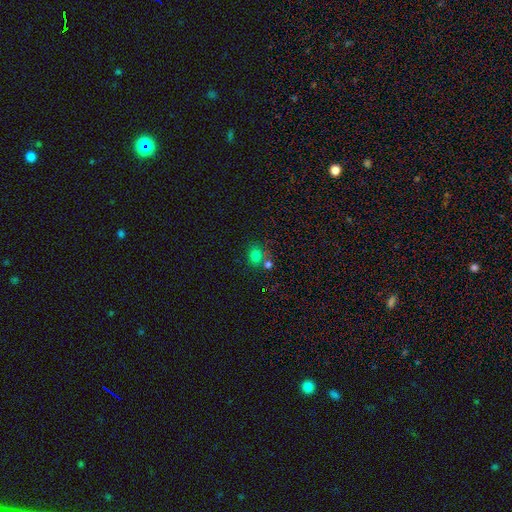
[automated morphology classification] A smooth galaxy with no disk features (73%) that is round (63%).

Vote fractions:
- Smooth or featured? smooth: 73% / star or artifact: 19% / featured or disk: 8%
- How rounded? round: 63% / in between: 36% / cigar-shaped: 1%
- Merging? none: 57% / merger: 25% / minor disturbance: 12% / major disturbance: 5%